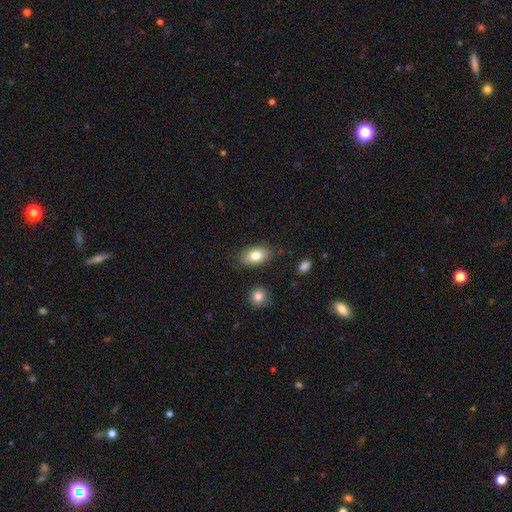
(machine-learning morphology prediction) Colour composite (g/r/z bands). It shows a smooth galaxy with no disk features (81%) that is in between round and cigar-shaped (90%). Merging: none (83%).